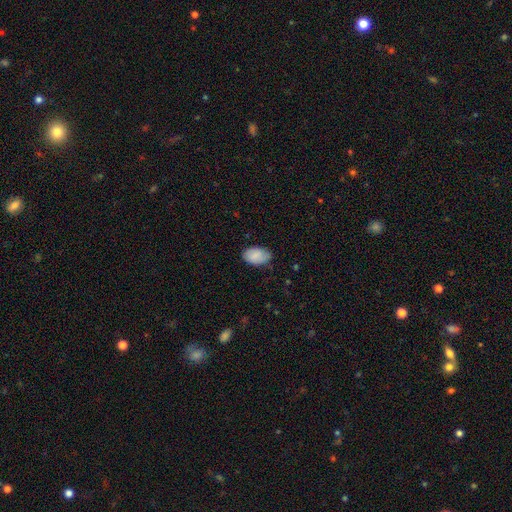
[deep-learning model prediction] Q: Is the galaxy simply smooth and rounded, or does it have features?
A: smooth — 86%.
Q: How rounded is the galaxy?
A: in between — 90%.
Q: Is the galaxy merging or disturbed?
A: none — 75%.